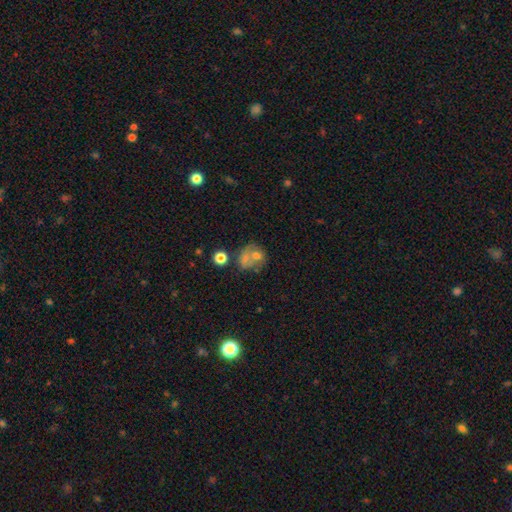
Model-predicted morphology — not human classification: The model was most divided on "merging": none: 38%, merger: 35%, minor disturbance: 15%, major disturbance: 12%. More confident: how rounded — round (72%); smooth or featured — smooth (50%).